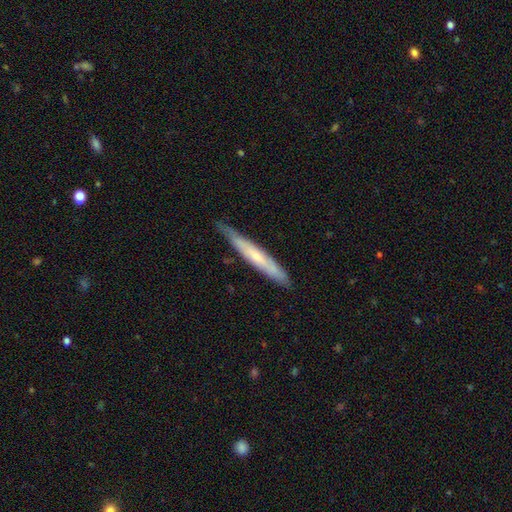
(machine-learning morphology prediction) Q: Smooth or featured?
A: featured or disk (49%); runner-up: smooth (46%)
Q: Merging?
A: none (78%); runner-up: minor disturbance (18%)